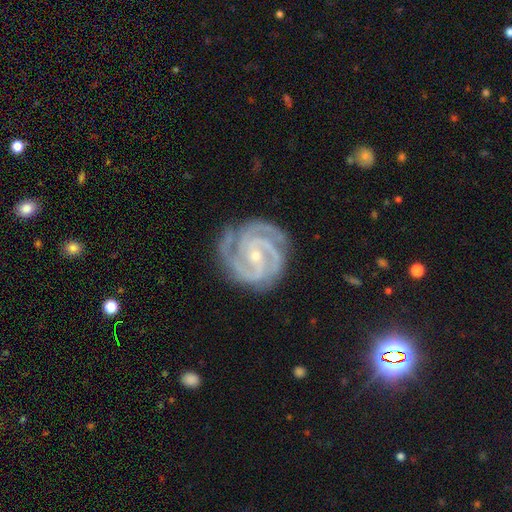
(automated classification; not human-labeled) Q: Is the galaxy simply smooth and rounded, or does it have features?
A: featured or disk — 93%.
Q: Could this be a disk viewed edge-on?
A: no — 98%.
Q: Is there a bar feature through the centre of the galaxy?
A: no — 48%.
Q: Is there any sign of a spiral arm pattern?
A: yes — 99%.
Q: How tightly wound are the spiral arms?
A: tight — 71%.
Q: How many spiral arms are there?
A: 3 — 54%.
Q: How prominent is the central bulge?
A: small — 75%.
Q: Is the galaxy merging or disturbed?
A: none — 78%.